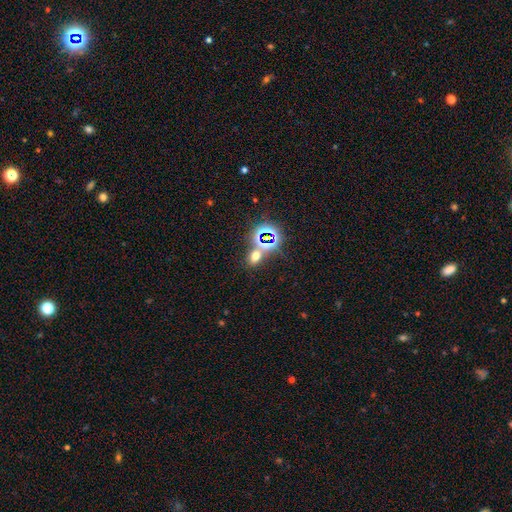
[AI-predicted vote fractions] Smooth or featured?
  - smooth: 53% *
  - star or artifact: 39%
  - featured or disk: 9%
How rounded?
  - in between: 55% *
  - round: 42%
  - cigar-shaped: 2%
Merging?
  - none: 67% *
  - merger: 19%
  - minor disturbance: 9%
  - major disturbance: 5%